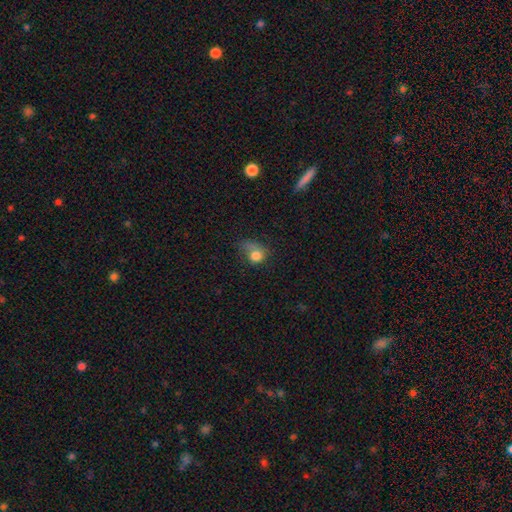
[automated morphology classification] Q: Smooth or featured?
A: smooth (77%); runner-up: featured or disk (11%)
Q: How rounded?
A: round (63%); runner-up: in between (36%)
Q: Merging?
A: major disturbance (34%); runner-up: none (31%)